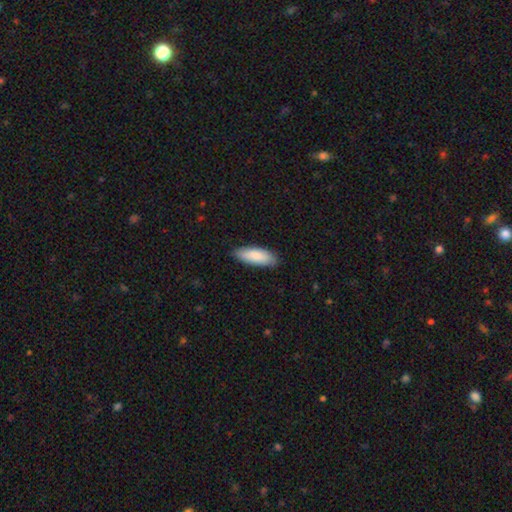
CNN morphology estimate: A smooth galaxy with no disk features (88%) that is in between round and cigar-shaped (66%). Merging: none (84%).